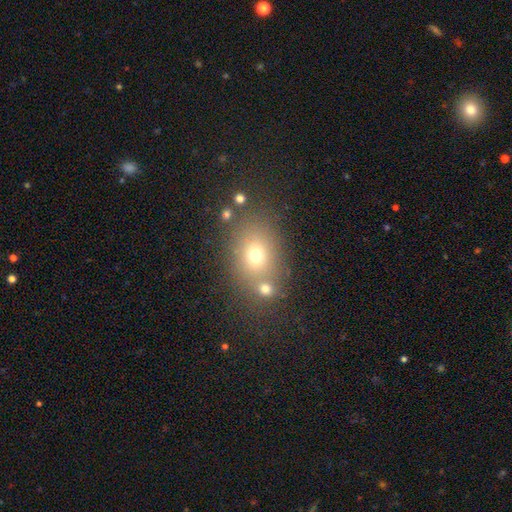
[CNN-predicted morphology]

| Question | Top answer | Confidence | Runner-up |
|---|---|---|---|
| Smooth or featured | smooth | 68% | star or artifact (17%) |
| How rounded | in between | 58% | round (41%) |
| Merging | none | 63% | merger (20%) |